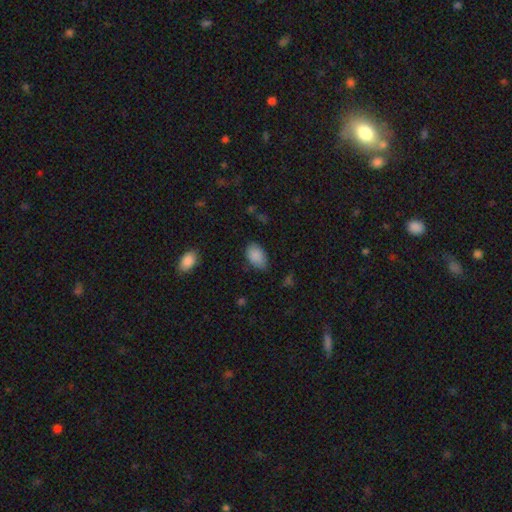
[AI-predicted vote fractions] This appears to be a smooth galaxy with no disk features (87%) that is in between round and cigar-shaped (89%). Merging: none (71%).